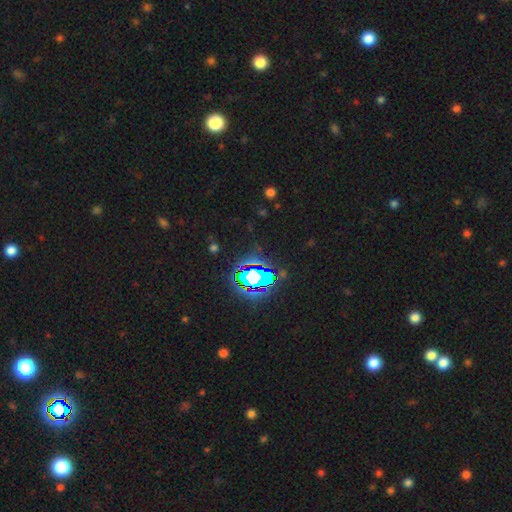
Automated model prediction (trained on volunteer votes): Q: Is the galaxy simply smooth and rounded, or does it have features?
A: star or artifact — 80%.